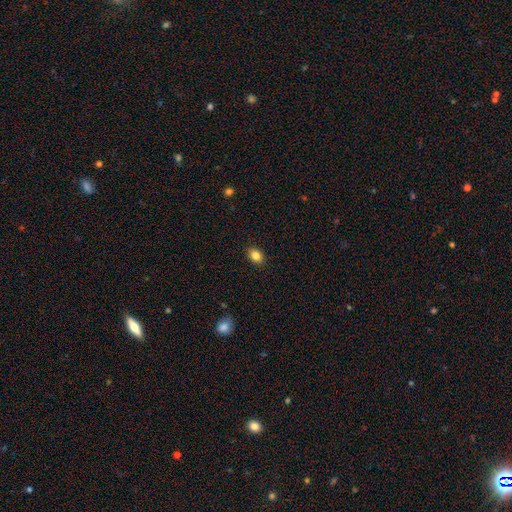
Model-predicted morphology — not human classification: The model was most divided on "how rounded": in between: 73%, round: 26%, cigar-shaped: 1%. More confident: merging — none (89%); smooth or featured — smooth (85%).